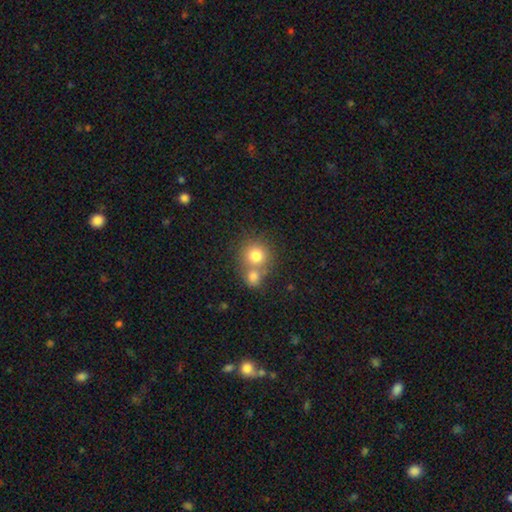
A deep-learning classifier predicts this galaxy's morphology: smooth_or_featured: smooth (p=0.77) [alt: featured or disk p=0.11]
how_rounded: round (p=0.89) [alt: in between p=0.11]
merging: none (p=0.46) [alt: merger p=0.44]